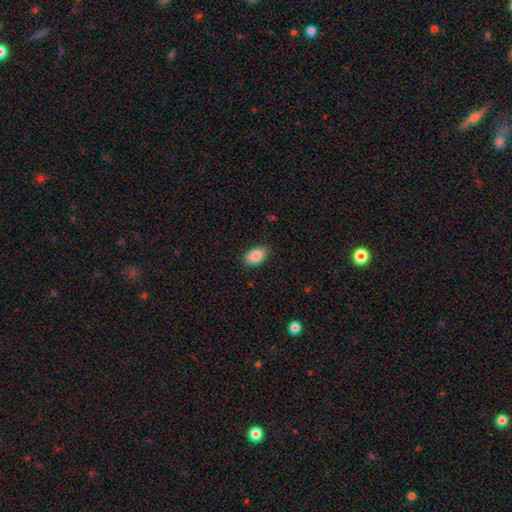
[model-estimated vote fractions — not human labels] The model was most divided on "merging": none: 87%, minor disturbance: 10%, major disturbance: 2%, merger: 1%. More confident: how rounded — in between (92%); smooth or featured — smooth (87%).